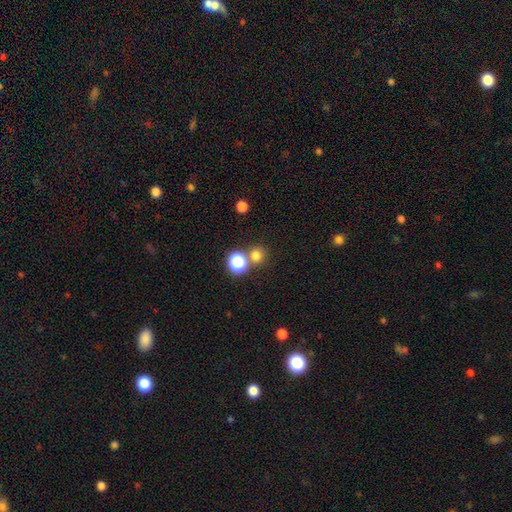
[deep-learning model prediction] smooth-or-featured: smooth: 74% | star or artifact: 20% | featured or disk: 6%
  how-rounded: round: 90% | in between: 9% | cigar-shaped: 1%
  merging: none: 71% | merger: 20% | minor disturbance: 7% | major disturbance: 3%